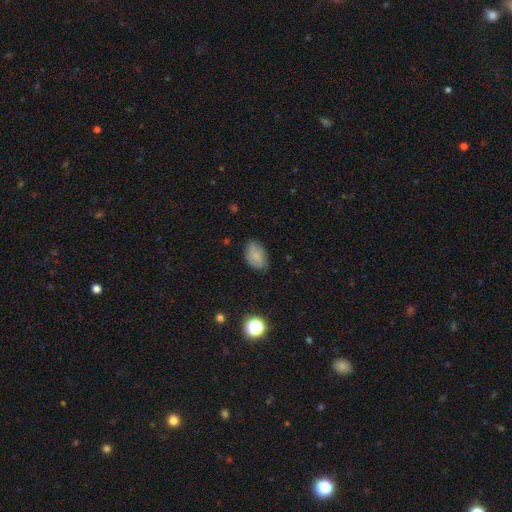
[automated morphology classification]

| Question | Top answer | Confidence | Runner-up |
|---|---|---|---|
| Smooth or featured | smooth | 80% | featured or disk (11%) |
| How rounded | in between | 89% | round (10%) |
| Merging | none | 74% | minor disturbance (20%) |